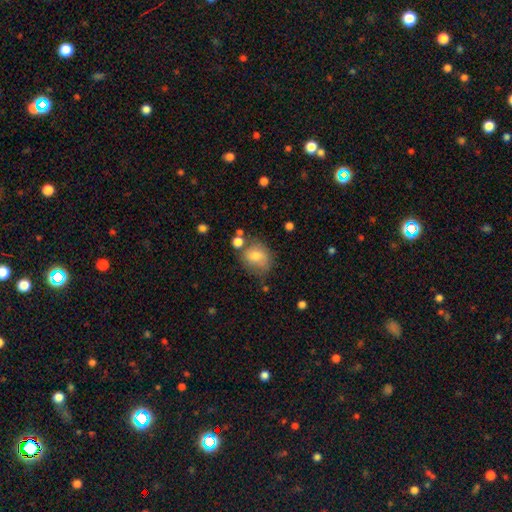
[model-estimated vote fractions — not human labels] smooth 71%, featured or disk 18%, star or artifact 10%. Down the decision tree: how rounded — round (62%); merging — none (61%).